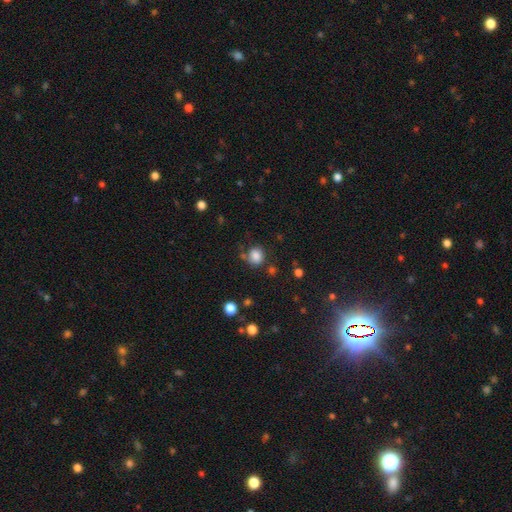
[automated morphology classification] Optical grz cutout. It shows a smooth galaxy with no disk features (83%) that is round (74%). Merging: none (73%).